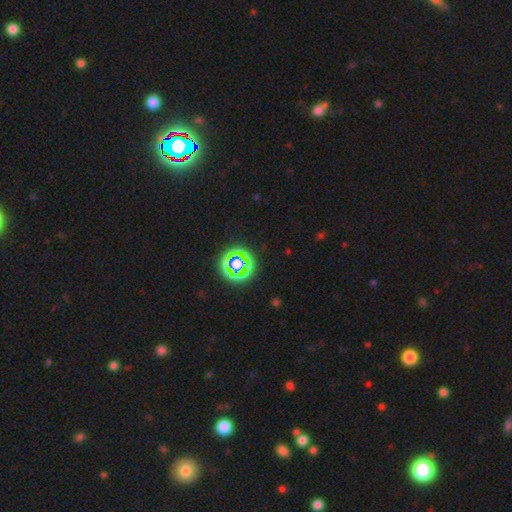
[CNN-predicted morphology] smooth_or_featured: star or artifact (p=0.67) [alt: smooth p=0.26]